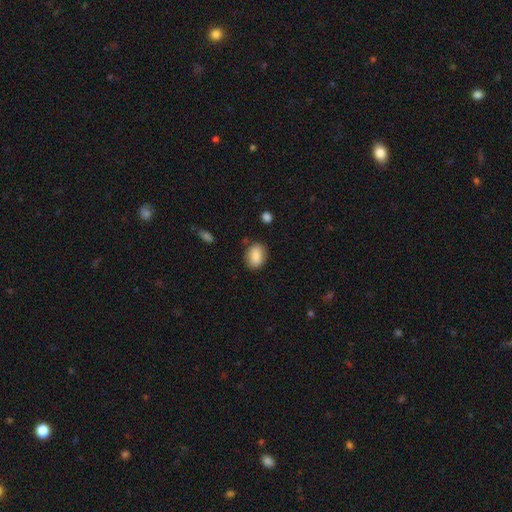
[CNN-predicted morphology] This appears to be a smooth galaxy with no disk features (87%) that is in between round and cigar-shaped (71%). Merging: none (82%).